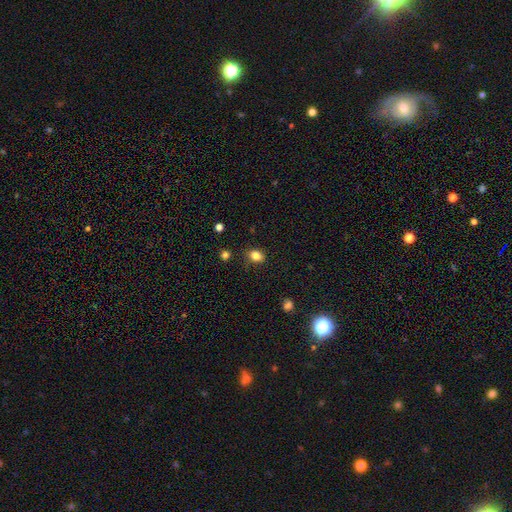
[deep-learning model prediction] smooth-or-featured: smooth: 83% | star or artifact: 11% | featured or disk: 5%
  how-rounded: in between: 57% | round: 42% | cigar-shaped: 1%
  merging: none: 83% | minor disturbance: 12% | major disturbance: 3% | merger: 2%